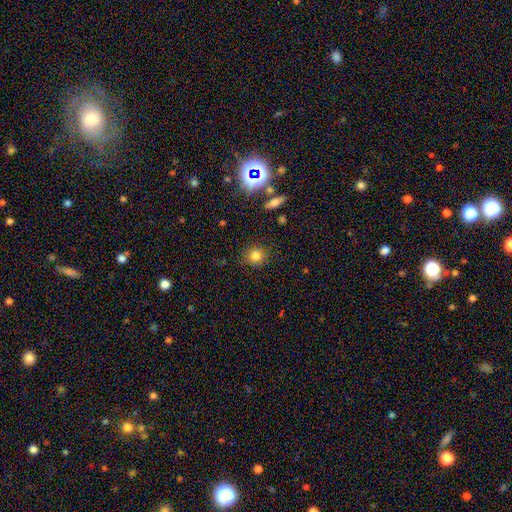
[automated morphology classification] Smooth or featured?
  - smooth: 81% *
  - star or artifact: 13%
  - featured or disk: 6%
How rounded?
  - round: 87% *
  - in between: 12%
  - cigar-shaped: 1%
Merging?
  - none: 87% *
  - minor disturbance: 9%
  - major disturbance: 3%
  - merger: 2%